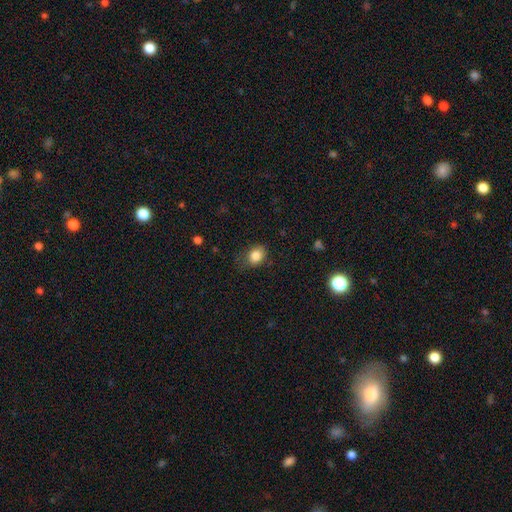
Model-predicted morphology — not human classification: smooth 84%, star or artifact 10%, featured or disk 6%. Down the decision tree: how rounded — in between (59%); merging — none (68%).